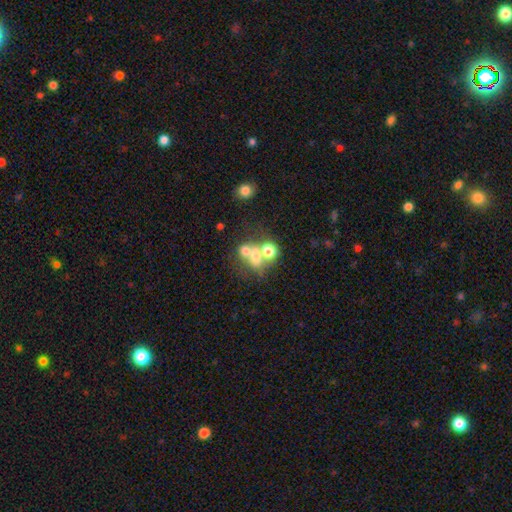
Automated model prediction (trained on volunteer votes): Q: Smooth or featured?
A: smooth (58%); runner-up: featured or disk (25%)
Q: How rounded?
A: round (59%); runner-up: in between (40%)
Q: Merging?
A: merger (59%); runner-up: none (27%)